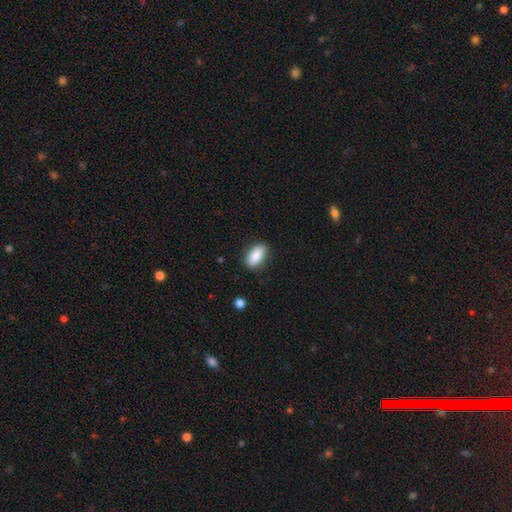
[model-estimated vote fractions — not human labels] Q: Smooth or featured?
A: smooth (87%); runner-up: star or artifact (7%)
Q: How rounded?
A: in between (91%); runner-up: round (5%)
Q: Merging?
A: none (86%); runner-up: minor disturbance (11%)